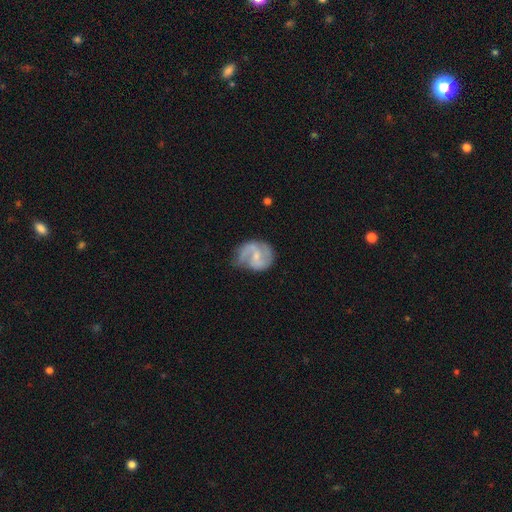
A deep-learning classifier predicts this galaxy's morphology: type=featured or disk (79%); edge-on=no (98%); bar=weak (53%); spiral arms=yes (93%); winding=medium (51%); arm count=2 (82%); bulge=small (57%); merging=none (58%).